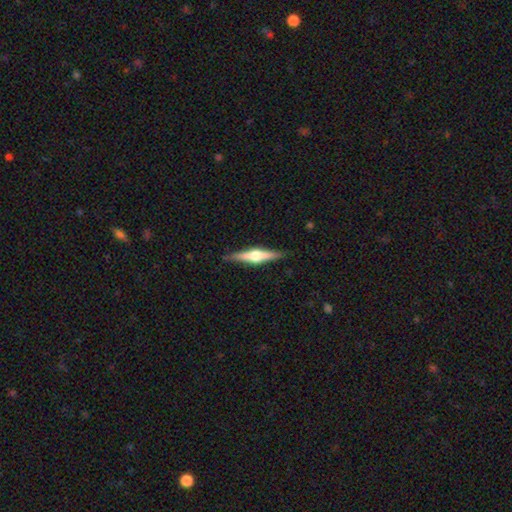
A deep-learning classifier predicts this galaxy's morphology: smooth_or_featured: featured or disk (p=0.74) [alt: smooth p=0.21]
disk_edge_on: yes (p=0.98) [alt: no p=0.02]
edge_on_bulge: rounded (p=0.93) [alt: boxy p=0.05]
merging: none (p=0.89) [alt: minor disturbance p=0.08]